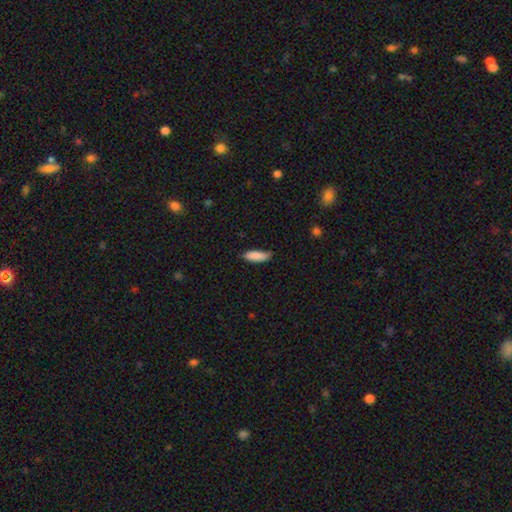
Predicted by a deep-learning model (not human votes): smooth_or_featured: smooth (p=0.88) [alt: star or artifact p=0.06]
how_rounded: in between (p=0.58) [alt: cigar-shaped p=0.40]
merging: none (p=0.66) [alt: minor disturbance p=0.28]